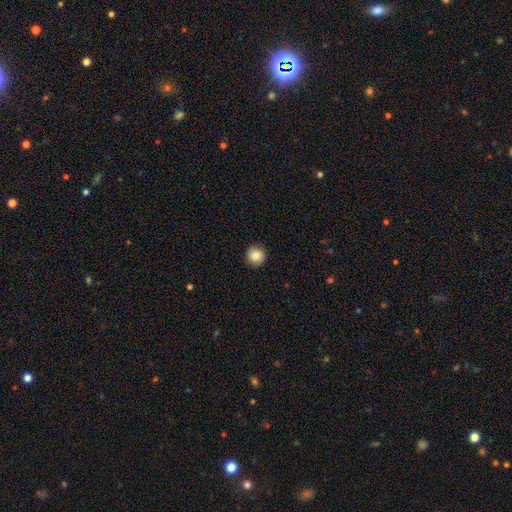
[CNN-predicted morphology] Smooth or featured?
  - smooth: 84% *
  - star or artifact: 9%
  - featured or disk: 7%
How rounded?
  - round: 94% *
  - in between: 5%
  - cigar-shaped: 1%
Merging?
  - none: 90% *
  - minor disturbance: 7%
  - major disturbance: 2%
  - merger: 1%